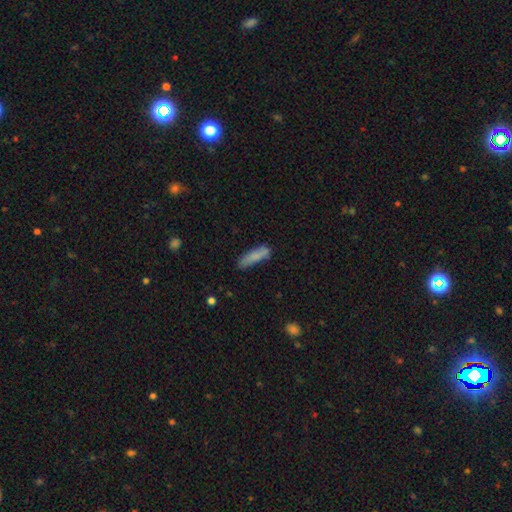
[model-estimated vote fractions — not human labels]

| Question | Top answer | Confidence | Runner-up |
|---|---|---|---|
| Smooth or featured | smooth | 79% | featured or disk (14%) |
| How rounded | cigar-shaped | 68% | in between (30%) |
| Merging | none | 63% | minor disturbance (24%) |